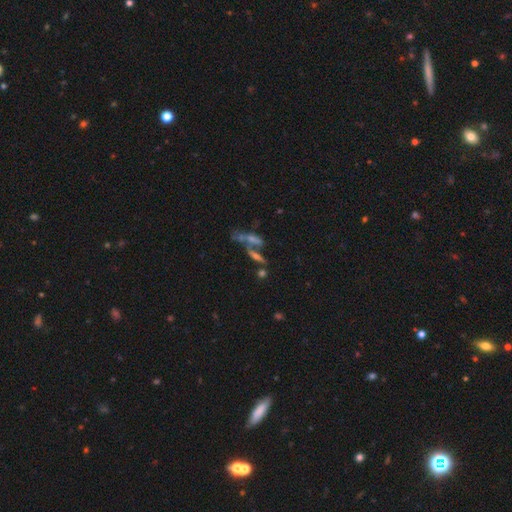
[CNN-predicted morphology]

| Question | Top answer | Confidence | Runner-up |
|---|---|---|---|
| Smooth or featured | featured or disk | 44% | smooth (30%) |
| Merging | merger | 46% | none (30%) |